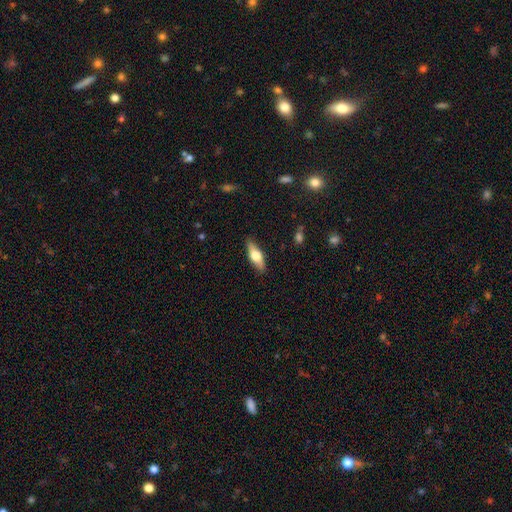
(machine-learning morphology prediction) smooth 55%, featured or disk 39%, star or artifact 6%. Down the decision tree: how rounded — in between (59%); merging — none (87%).